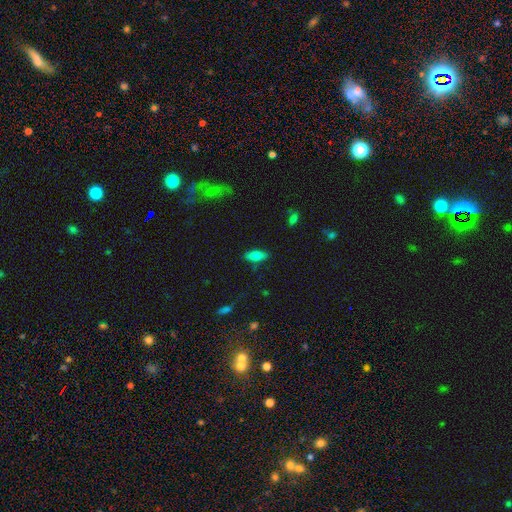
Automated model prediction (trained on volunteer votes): Smooth or featured? smooth (75%)
How rounded? in between (77%)
Merging? none (84%)